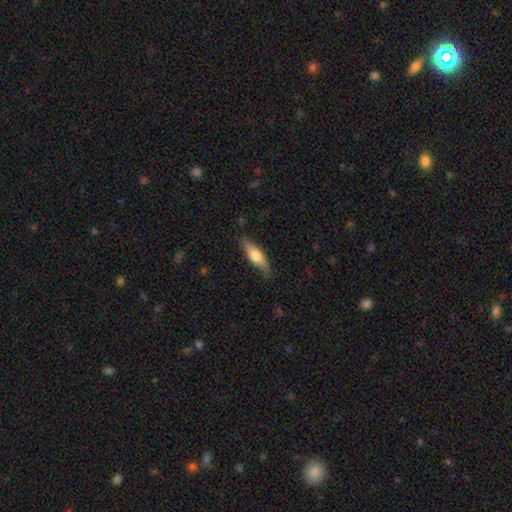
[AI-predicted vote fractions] Smooth or featured?
  - smooth: 58% *
  - featured or disk: 36%
  - star or artifact: 6%
How rounded?
  - cigar-shaped: 53% *
  - in between: 45%
  - round: 3%
Merging?
  - none: 82% *
  - minor disturbance: 14%
  - major disturbance: 3%
  - merger: 1%